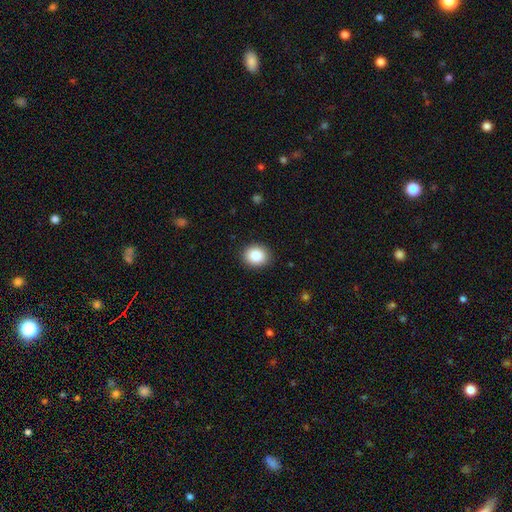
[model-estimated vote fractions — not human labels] smooth_or_featured: smooth (p=0.87) [alt: star or artifact p=0.08]
how_rounded: round (p=0.67) [alt: in between p=0.32]
merging: none (p=0.90) [alt: minor disturbance p=0.07]